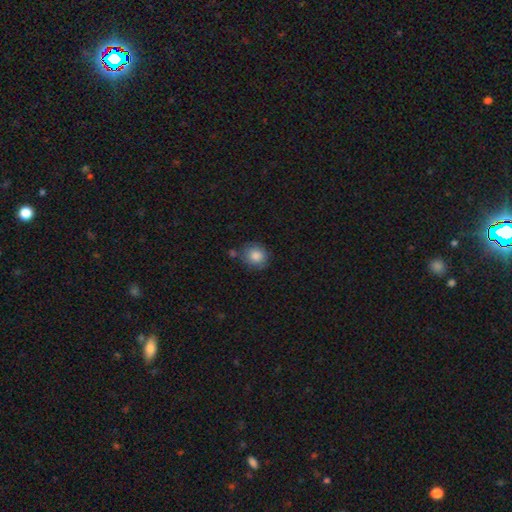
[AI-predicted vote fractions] smooth-or-featured: smooth: 86% | star or artifact: 8% | featured or disk: 6%
  how-rounded: round: 84% | in between: 15% | cigar-shaped: 1%
  merging: none: 75% | minor disturbance: 15% | merger: 7% | major disturbance: 4%